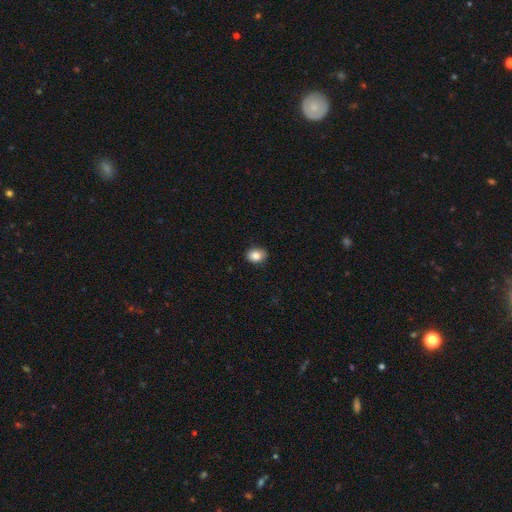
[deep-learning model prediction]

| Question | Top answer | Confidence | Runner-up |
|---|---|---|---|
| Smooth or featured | smooth | 84% | star or artifact (9%) |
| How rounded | in between | 60% | round (39%) |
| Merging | none | 88% | minor disturbance (9%) |